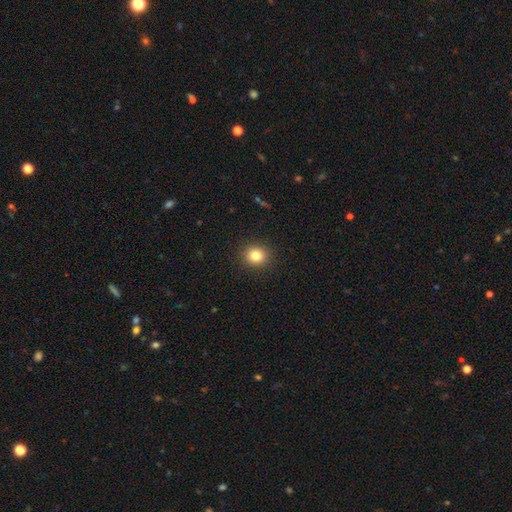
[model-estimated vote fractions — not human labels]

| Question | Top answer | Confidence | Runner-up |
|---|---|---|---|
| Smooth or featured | smooth | 82% | star or artifact (12%) |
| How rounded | round | 86% | in between (13%) |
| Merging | none | 91% | minor disturbance (6%) |